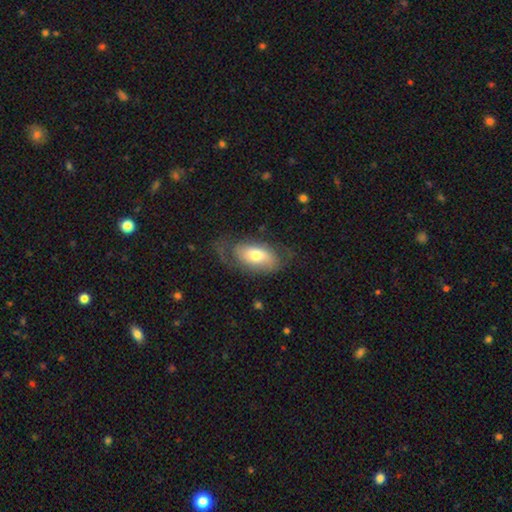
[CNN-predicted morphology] This is possibly a smooth galaxy (53%). How rounded: clearly in between (91%). Merging: possibly none (55%).